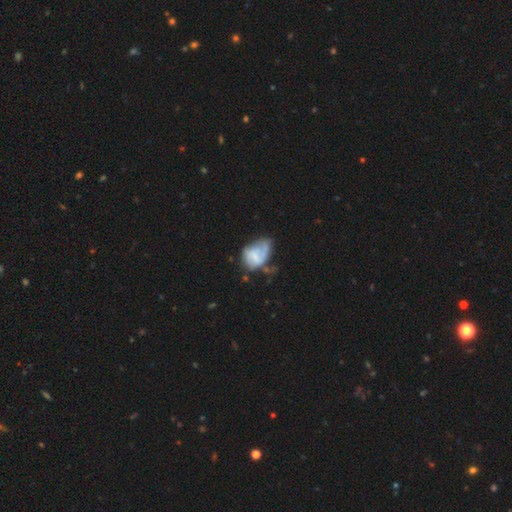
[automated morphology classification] This is possibly a smooth galaxy (46%). Merging: marginally minor disturbance (33%).